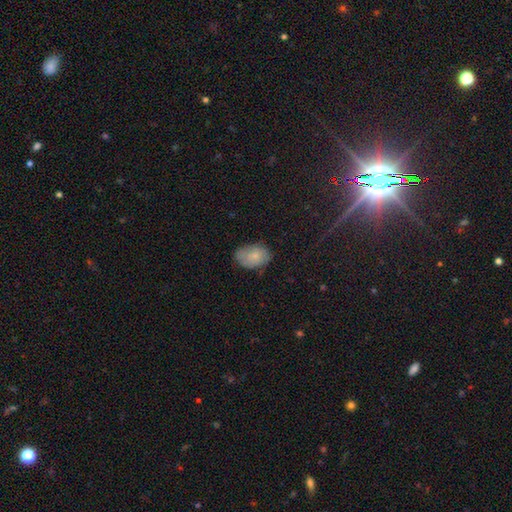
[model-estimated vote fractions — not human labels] smooth 76%, featured or disk 16%, star or artifact 8%. Down the decision tree: how rounded — in between (85%); merging — none (65%).